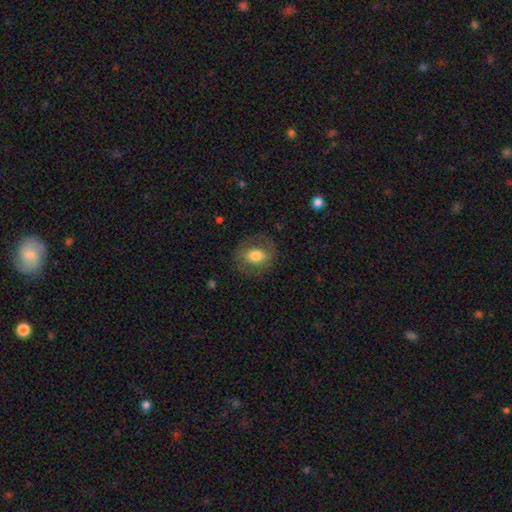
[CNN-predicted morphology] The model was most divided on "how rounded": round: 56%, in between: 42%, cigar-shaped: 1%. More confident: merging — none (77%); smooth or featured — smooth (61%).